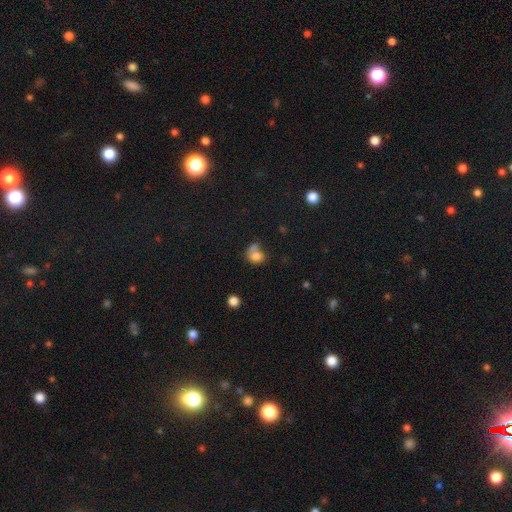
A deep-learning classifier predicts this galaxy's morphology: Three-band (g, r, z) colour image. It shows a smooth galaxy with no disk features (76%) that is round (59%). Merging: merger (35%).